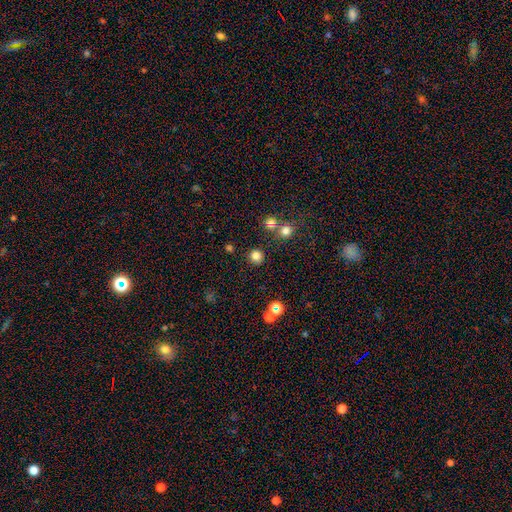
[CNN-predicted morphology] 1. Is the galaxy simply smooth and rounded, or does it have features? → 79% smooth, 16% star or artifact, 5% featured or disk.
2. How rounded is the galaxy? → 92% round, 7% in between, 1% cigar-shaped.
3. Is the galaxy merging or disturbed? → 87% none, 6% minor disturbance, 5% merger, 2% major disturbance.